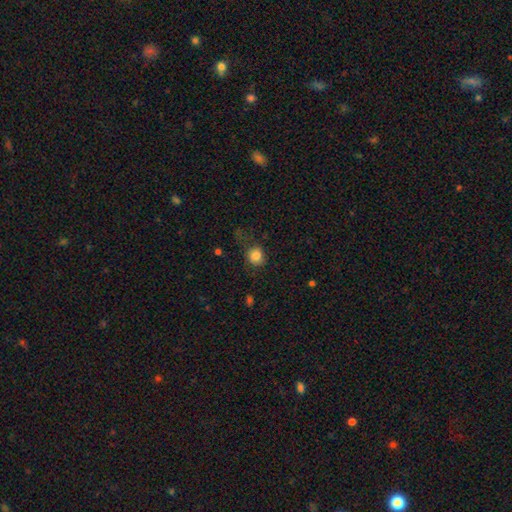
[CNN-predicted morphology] Smooth or featured? smooth (84%)
How rounded? round (76%)
Merging? none (63%)